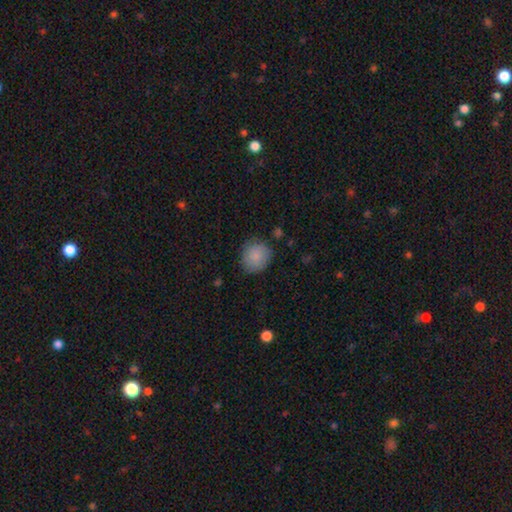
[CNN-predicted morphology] The model was most divided on "merging": none: 79%, minor disturbance: 15%, major disturbance: 4%, merger: 2%. More confident: smooth or featured — smooth (86%); how rounded — round (84%).